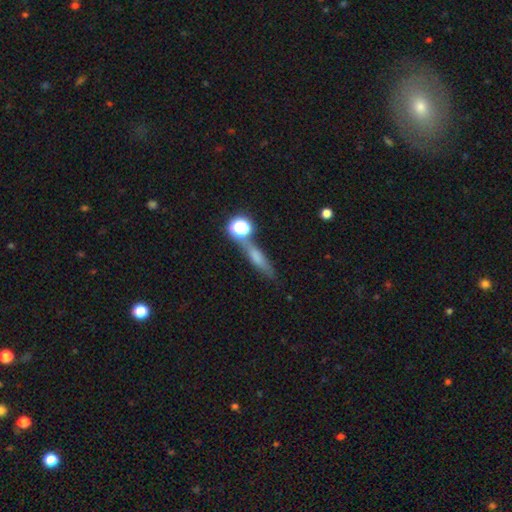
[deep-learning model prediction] smooth 46%, featured or disk 32%, star or artifact 22%. Down the decision tree: merging — none (72%).